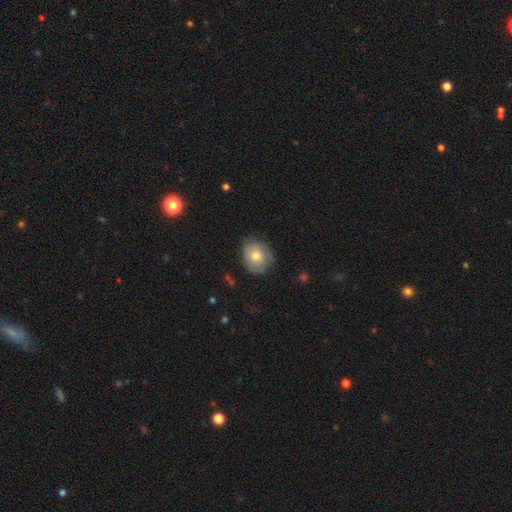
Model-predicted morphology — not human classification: smooth 63%, featured or disk 29%, star or artifact 7%. Down the decision tree: how rounded — round (60%); merging — none (66%).